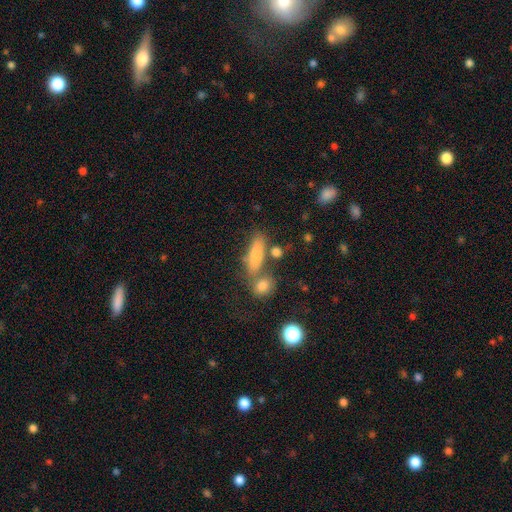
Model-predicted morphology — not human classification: Q: Smooth or featured?
A: smooth (77%); runner-up: featured or disk (12%)
Q: How rounded?
A: in between (52%); runner-up: cigar-shaped (42%)
Q: Merging?
A: none (56%); runner-up: merger (22%)